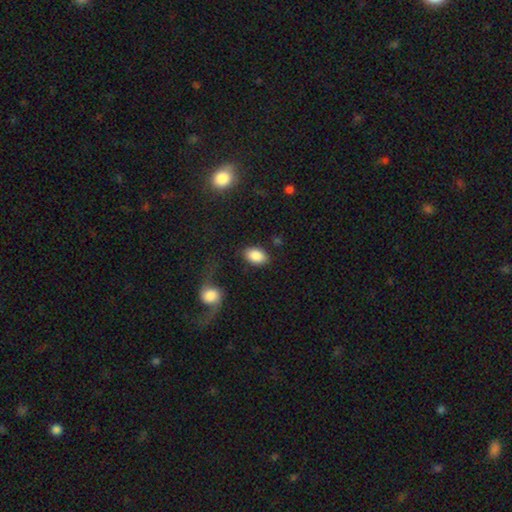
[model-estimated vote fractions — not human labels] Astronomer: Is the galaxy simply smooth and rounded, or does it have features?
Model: smooth — 86%.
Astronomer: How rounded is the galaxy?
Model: in between — 87%.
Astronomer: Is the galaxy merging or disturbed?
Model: none — 81%.